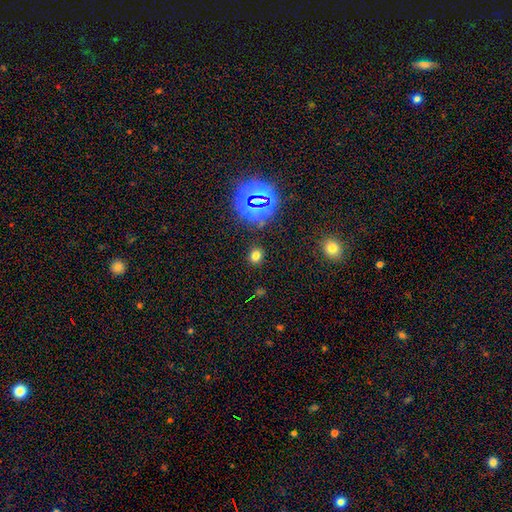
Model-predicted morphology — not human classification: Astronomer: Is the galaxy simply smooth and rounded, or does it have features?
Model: smooth — 68%.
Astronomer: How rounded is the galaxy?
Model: round — 66%.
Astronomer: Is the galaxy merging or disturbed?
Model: none — 87%.